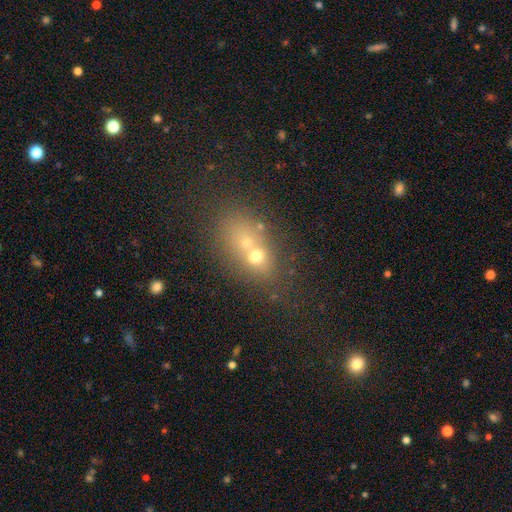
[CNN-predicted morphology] Smooth or featured? Predicted: smooth (p=0.55). How rounded? Predicted: in between (p=0.51). Merging? Predicted: merger (p=0.62).